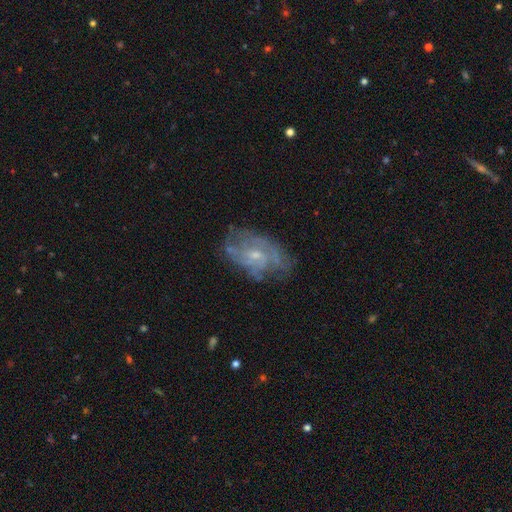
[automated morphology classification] Smooth or featured? featured or disk (74%)
Edge-on disk? no (96%)
Bar? no (61%)
Spiral arms? yes (76%)
Spiral winding? medium (41%)
Spiral arm count? can't tell (46%)
Bulge size? small (66%)
Merging? none (58%)